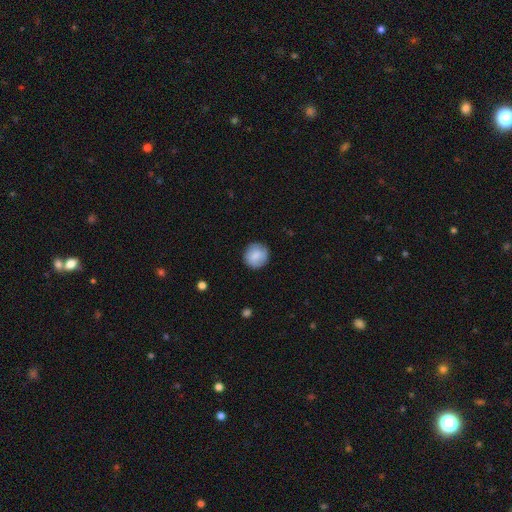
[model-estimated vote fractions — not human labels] Morphology: type=smooth (82%); roundness=round (92%); merging=none (88%).